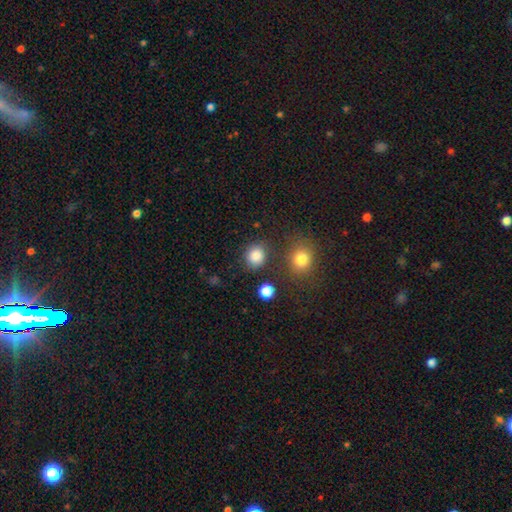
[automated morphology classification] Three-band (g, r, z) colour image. It shows a smooth galaxy with no disk features (85%) that is round (77%). Merging: none (79%).